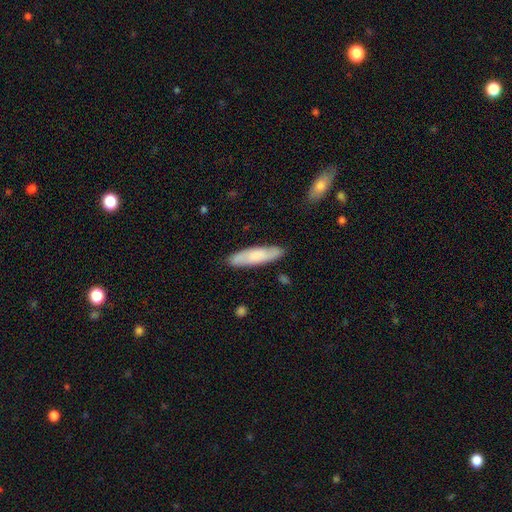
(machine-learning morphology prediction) type=smooth (67%); roundness=cigar-shaped (68%); merging=none (85%).